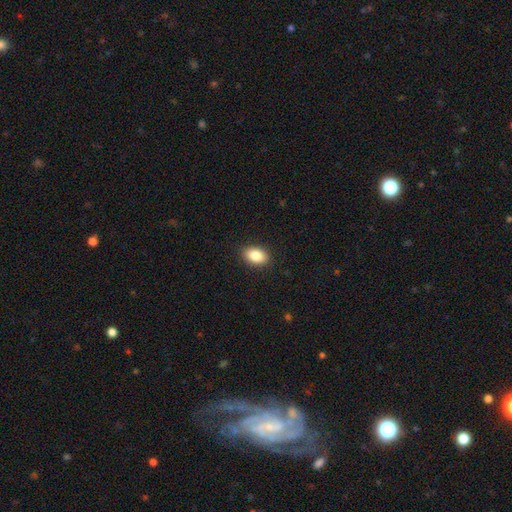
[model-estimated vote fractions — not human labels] smooth 86%, star or artifact 8%, featured or disk 6%. Down the decision tree: how rounded — in between (89%); merging — none (89%).